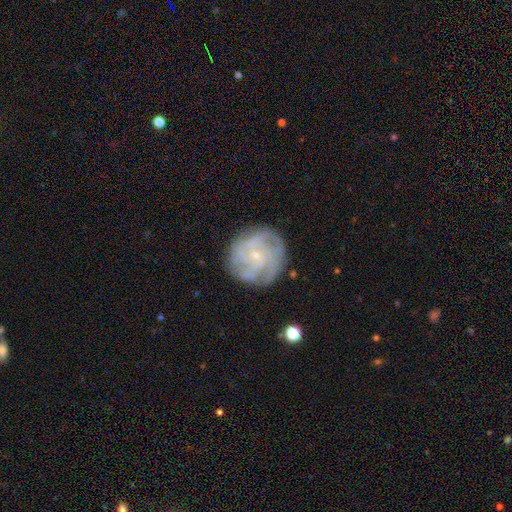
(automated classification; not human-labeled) The model was most divided on "spiral arm count": can't tell: 30%, 4: 26%, 3: 19%, 2: 9%, more than 4: 9%, 1: 6%. More confident: edge-on disk — no (98%); spiral arms — yes (92%); bulge size — small (83%); merging — none (78%); smooth or featured — featured or disk (77%); bar — no (74%); spiral winding — tight (62%).